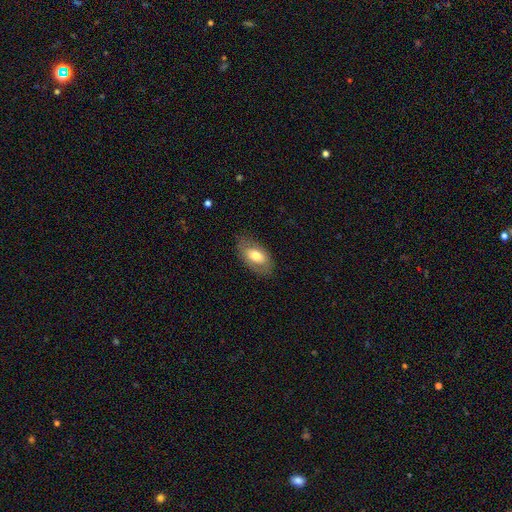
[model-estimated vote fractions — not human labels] Smooth or featured: smooth — 65% (featured or disk — 28%)
How rounded: in between — 92% (round — 6%)
Merging: none — 78% (minor disturbance — 16%)